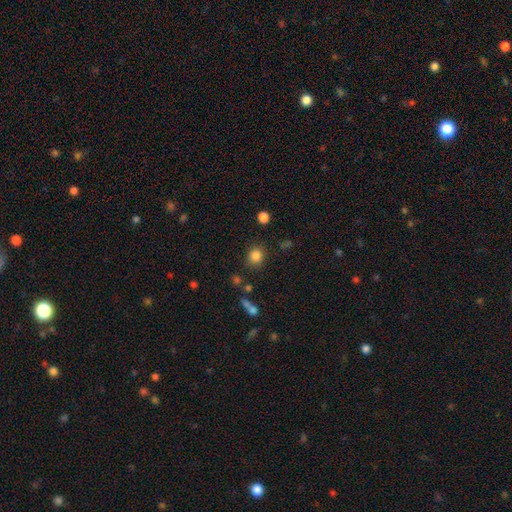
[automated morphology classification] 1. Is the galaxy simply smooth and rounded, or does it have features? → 84% smooth, 11% star or artifact, 5% featured or disk.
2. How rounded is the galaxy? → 83% round, 16% in between, 1% cigar-shaped.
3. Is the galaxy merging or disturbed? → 83% none, 10% minor disturbance, 4% major disturbance, 3% merger.